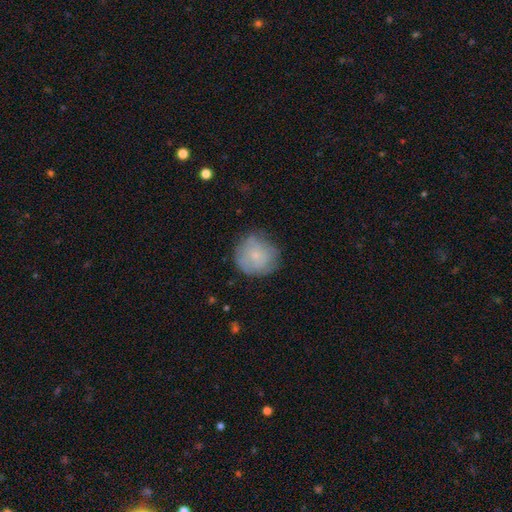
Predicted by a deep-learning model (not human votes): A smooth galaxy with no disk features (68%) that is round (91%). Merging: none (70%).